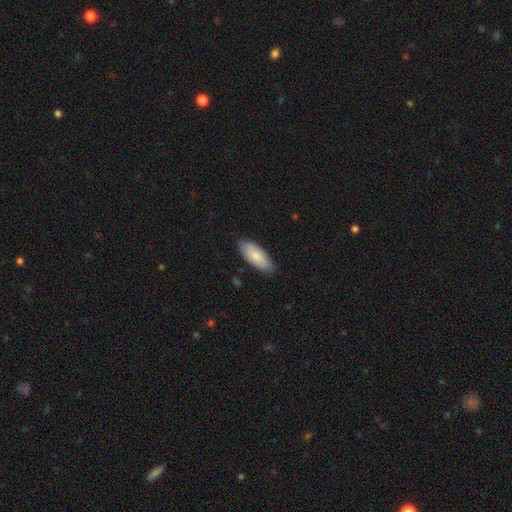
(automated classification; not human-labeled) This appears to be a smooth galaxy with no disk features (78%) that is in between round and cigar-shaped (84%). Merging: none (81%).